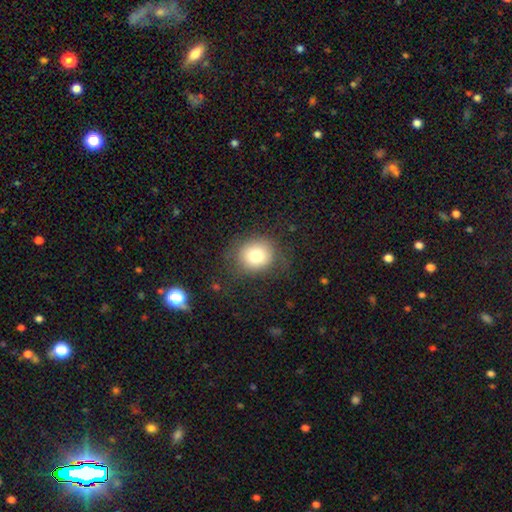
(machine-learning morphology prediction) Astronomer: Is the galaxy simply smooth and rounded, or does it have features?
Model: smooth — 77%.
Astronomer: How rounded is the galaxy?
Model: round — 78%.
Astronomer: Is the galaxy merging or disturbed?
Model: none — 77%.